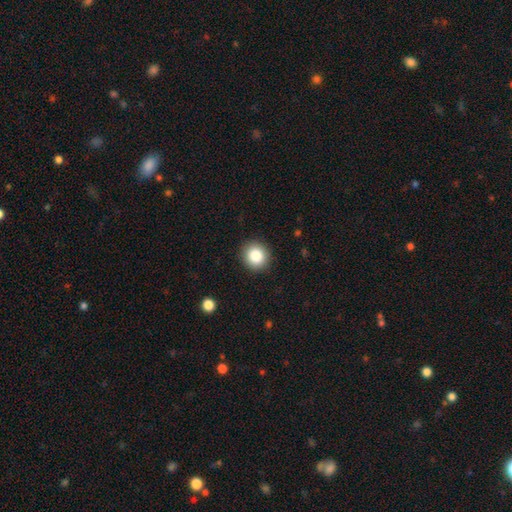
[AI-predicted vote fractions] Morphology: type=smooth (86%); roundness=round (89%); merging=none (91%).